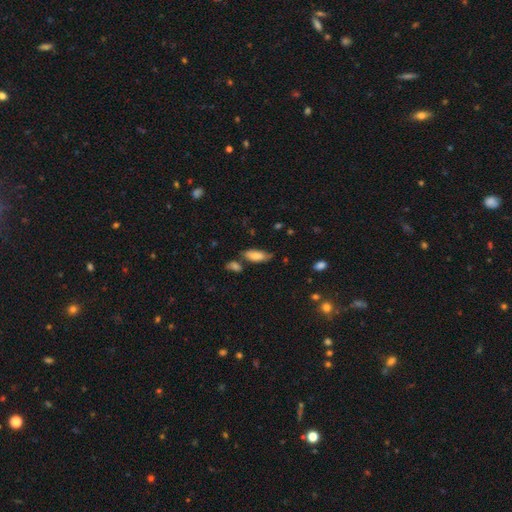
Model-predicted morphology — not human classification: Smooth or featured?
  - smooth: 78% *
  - featured or disk: 14%
  - star or artifact: 8%
How rounded?
  - in between: 83% *
  - cigar-shaped: 15%
  - round: 2%
Merging?
  - none: 56% *
  - minor disturbance: 25%
  - merger: 13%
  - major disturbance: 7%